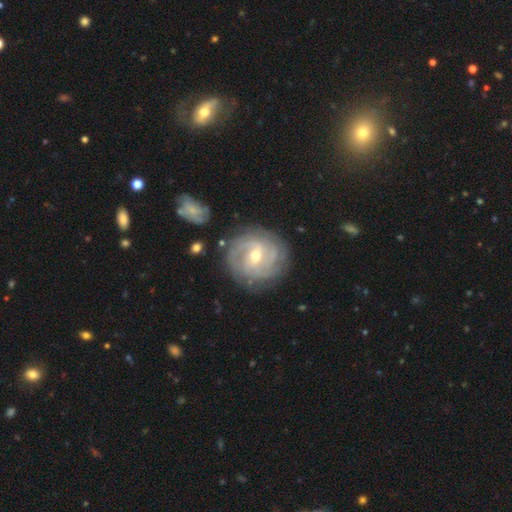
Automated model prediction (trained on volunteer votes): This appears to be a featured or disk galaxy (85%) with a weak bar (51%), tight (66%) spiral arms (96%) and a moderate central bulge (51%). Merging: none (81%).